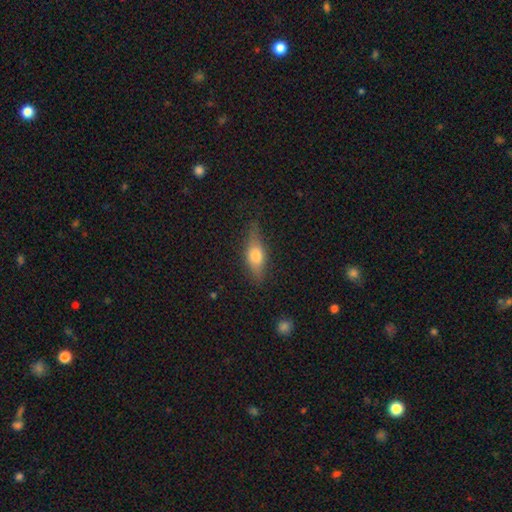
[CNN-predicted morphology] This is possibly a smooth galaxy (55%). How rounded: possibly in between (54%). Merging: likely none (77%).